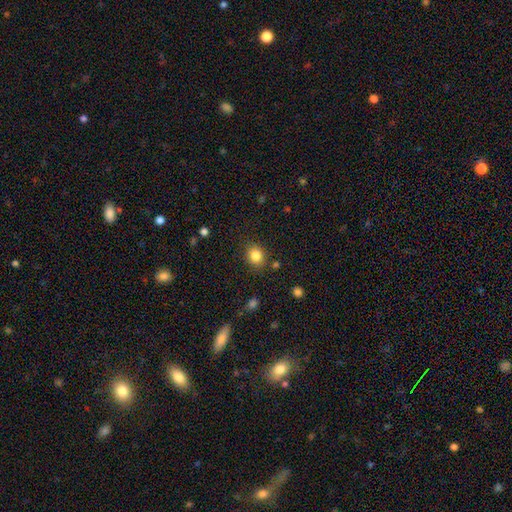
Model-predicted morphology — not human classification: smooth 84%, star or artifact 11%, featured or disk 6%. Down the decision tree: how rounded — round (72%); merging — none (85%).